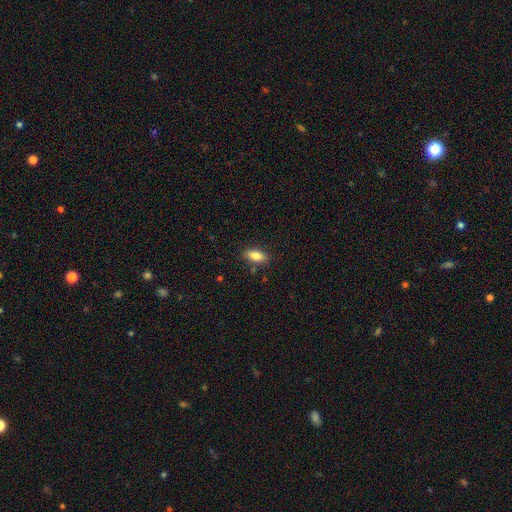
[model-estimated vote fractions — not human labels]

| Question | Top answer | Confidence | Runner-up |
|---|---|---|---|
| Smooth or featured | smooth | 84% | featured or disk (8%) |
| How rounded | in between | 86% | cigar-shaped (11%) |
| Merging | none | 84% | minor disturbance (11%) |